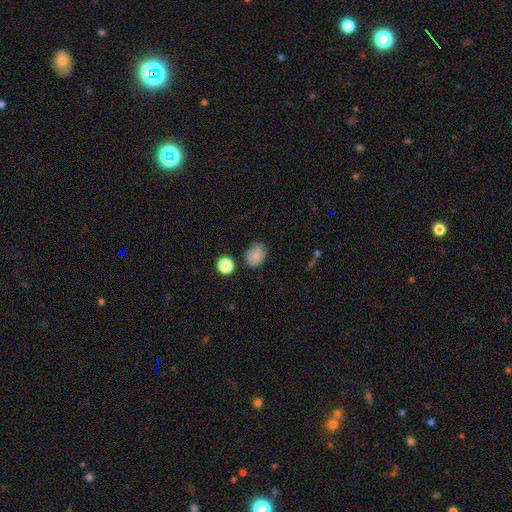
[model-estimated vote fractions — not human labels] Smooth or featured?
  - smooth: 83% *
  - star or artifact: 11%
  - featured or disk: 6%
How rounded?
  - in between: 60% *
  - round: 39%
  - cigar-shaped: 1%
Merging?
  - none: 77% *
  - minor disturbance: 16%
  - major disturbance: 4%
  - merger: 4%